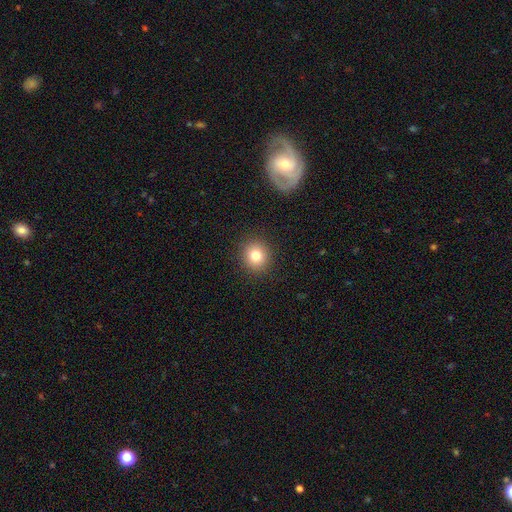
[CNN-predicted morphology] smooth 80%, star or artifact 12%, featured or disk 9%. Down the decision tree: how rounded — round (85%); merging — none (90%).